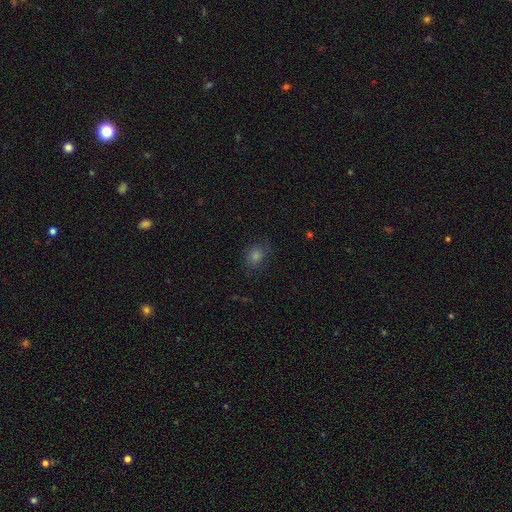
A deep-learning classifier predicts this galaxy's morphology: smooth 69%, star or artifact 22%, featured or disk 10%. Down the decision tree: how rounded — round (68%); merging — none (79%).